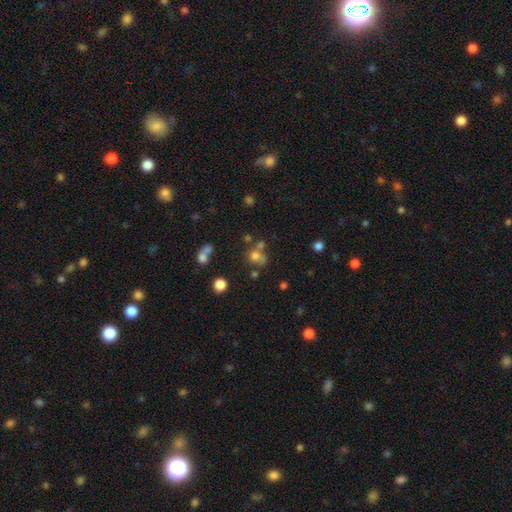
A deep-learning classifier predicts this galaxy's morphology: type=smooth (68%); roundness=round (75%); merging=none (45%).